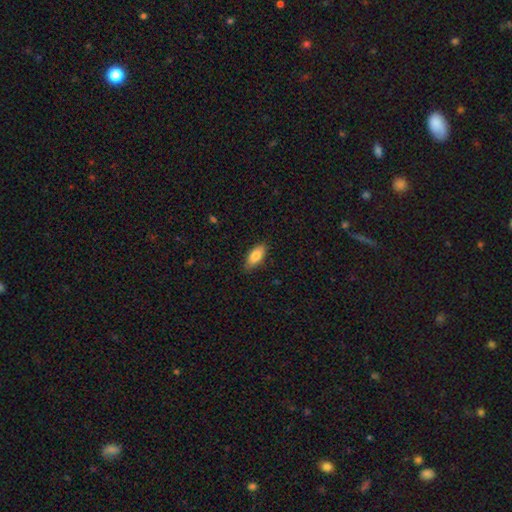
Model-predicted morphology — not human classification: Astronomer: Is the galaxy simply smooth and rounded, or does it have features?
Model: smooth — 81%.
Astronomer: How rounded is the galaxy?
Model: in between — 86%.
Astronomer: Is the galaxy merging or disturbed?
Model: none — 85%.